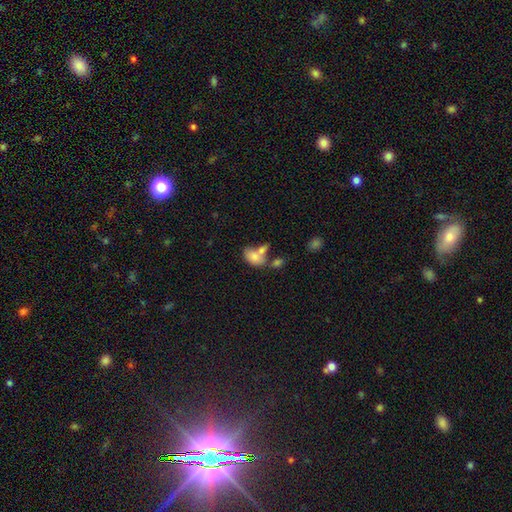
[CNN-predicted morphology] smooth 77%, featured or disk 15%, star or artifact 9%. Down the decision tree: how rounded — in between (88%); merging — merger (47%).